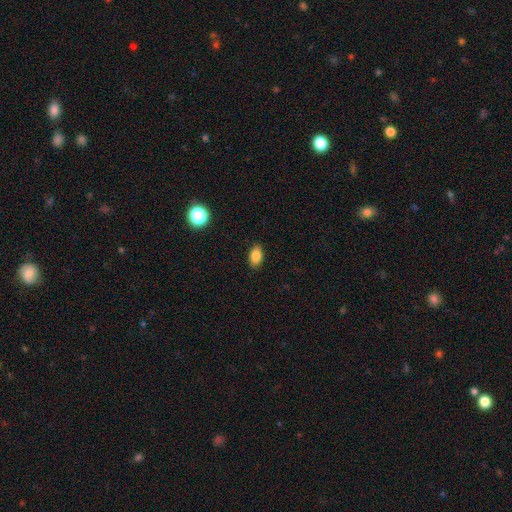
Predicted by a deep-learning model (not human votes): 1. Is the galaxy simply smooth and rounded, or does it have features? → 85% smooth, 9% star or artifact, 6% featured or disk.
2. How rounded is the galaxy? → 89% in between, 8% round, 3% cigar-shaped.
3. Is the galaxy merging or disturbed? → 88% none, 9% minor disturbance, 2% major disturbance, 1% merger.